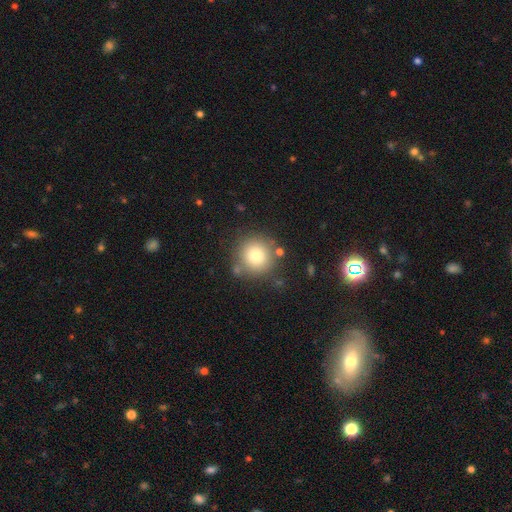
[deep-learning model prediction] This is likely a smooth galaxy (77%). How rounded: clearly round (94%). Merging: likely none (79%).